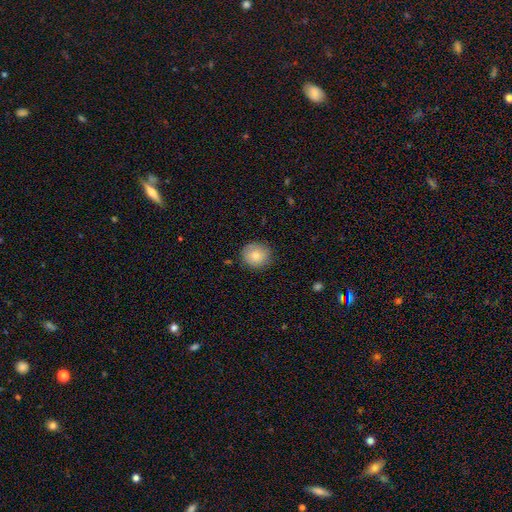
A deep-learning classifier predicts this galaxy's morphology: This appears to be a smooth galaxy with no disk features (81%) that is round (88%). Merging: none (84%).